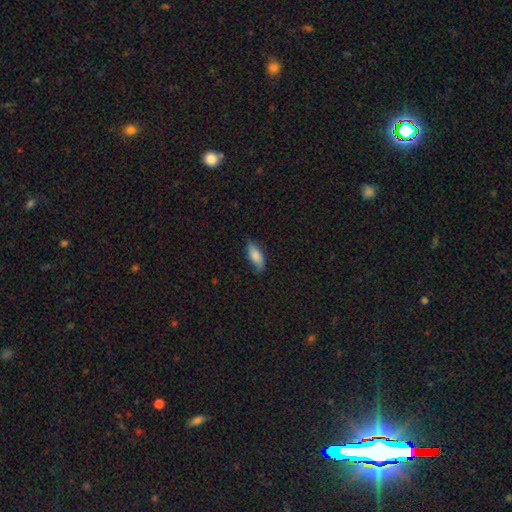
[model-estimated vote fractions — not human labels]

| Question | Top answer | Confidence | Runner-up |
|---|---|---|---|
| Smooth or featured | smooth | 82% | featured or disk (12%) |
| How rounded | in between | 74% | cigar-shaped (24%) |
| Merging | none | 71% | minor disturbance (24%) |